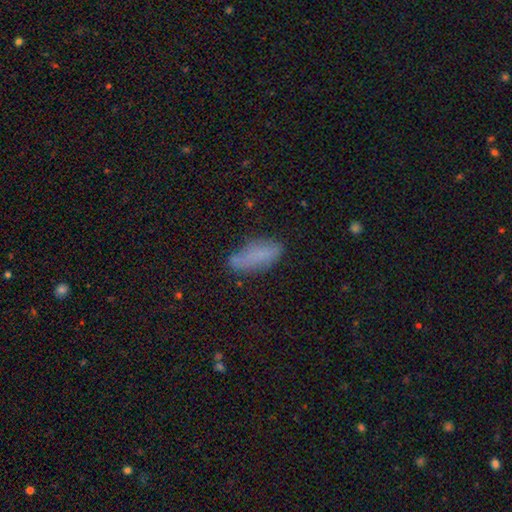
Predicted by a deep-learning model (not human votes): Smooth or featured? smooth (75%)
How rounded? in between (72%)
Merging? none (69%)